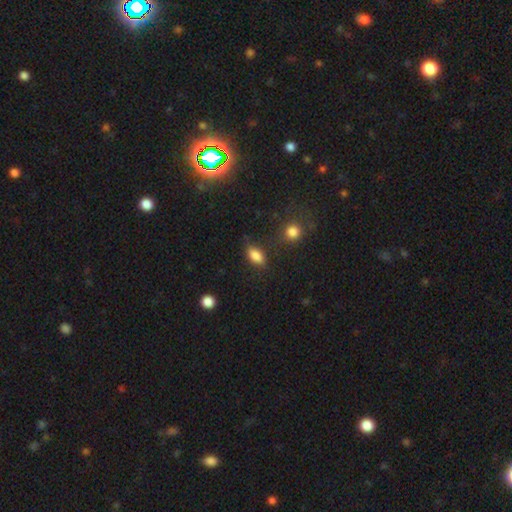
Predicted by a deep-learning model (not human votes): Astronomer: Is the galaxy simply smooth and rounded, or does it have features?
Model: smooth — 85%.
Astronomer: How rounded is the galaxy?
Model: in between — 87%.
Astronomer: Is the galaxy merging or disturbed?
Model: none — 75%.